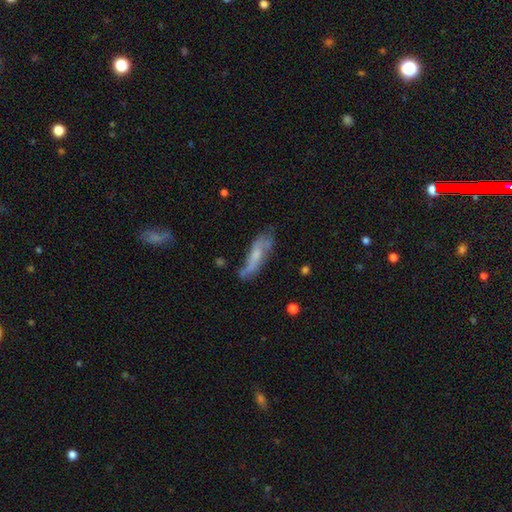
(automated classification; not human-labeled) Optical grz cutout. It shows a featured or disk galaxy (50%). Merging: none (50%).